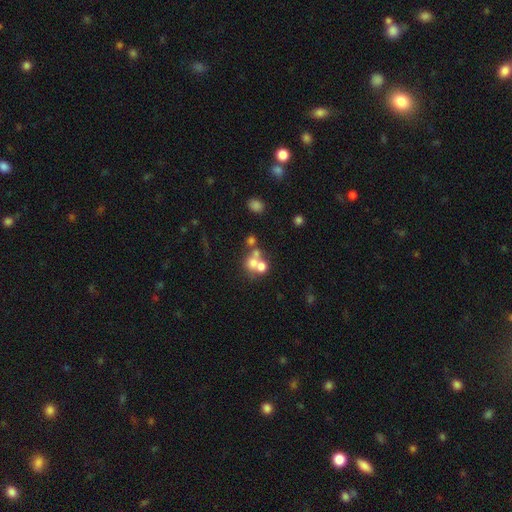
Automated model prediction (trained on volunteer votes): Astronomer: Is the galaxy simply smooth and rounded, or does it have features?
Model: smooth — 57%.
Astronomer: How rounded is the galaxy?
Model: round — 78%.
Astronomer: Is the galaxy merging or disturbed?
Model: merger — 54% (runner-up: none, 33%).